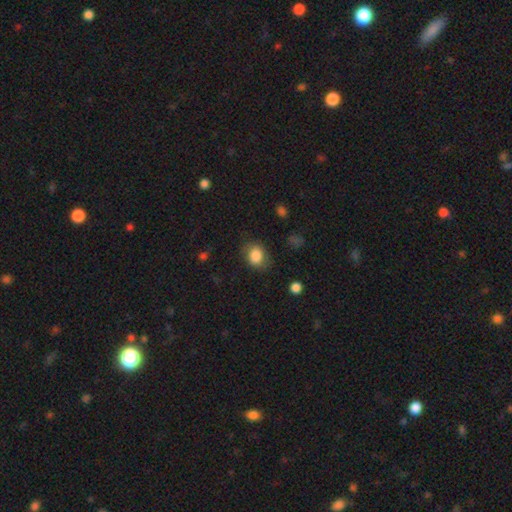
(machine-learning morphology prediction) Smooth or featured? Predicted: smooth (p=0.84). How rounded? Predicted: in between (p=0.53). Merging? Predicted: none (p=0.73).